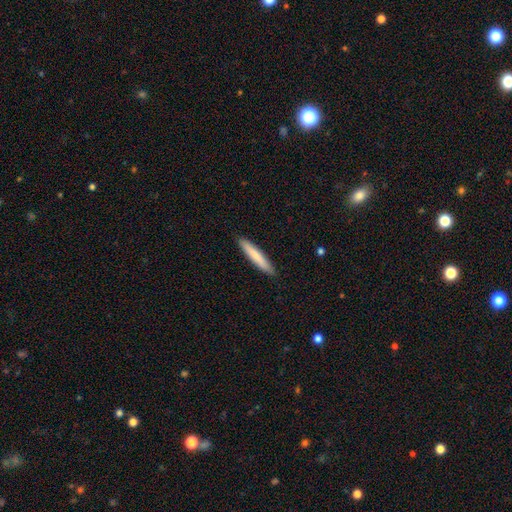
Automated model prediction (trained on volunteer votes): The model was most divided on "smooth or featured": smooth: 78%, featured or disk: 17%, star or artifact: 5%. More confident: how rounded — cigar-shaped (93%); merging — none (91%).